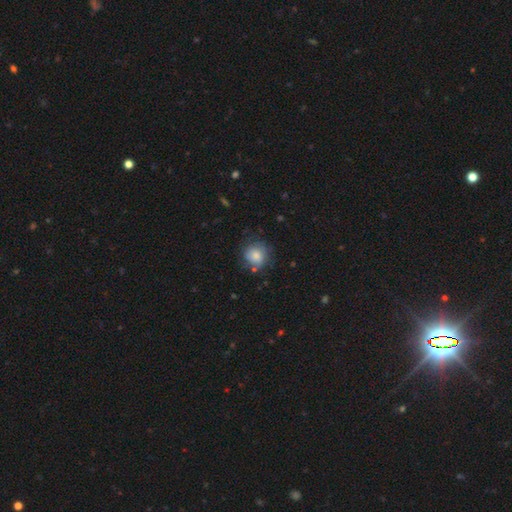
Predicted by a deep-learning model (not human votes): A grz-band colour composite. It shows a smooth galaxy with no disk features (77%) that is round (85%). Merging: none (69%).